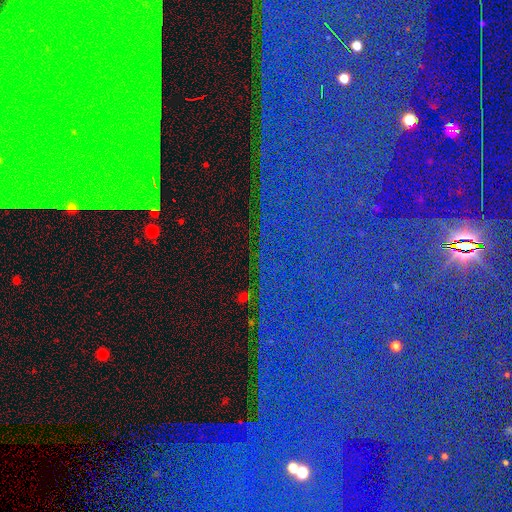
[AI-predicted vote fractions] The model was most divided on "smooth or featured": star or artifact: 84%, featured or disk: 9%, smooth: 7%.